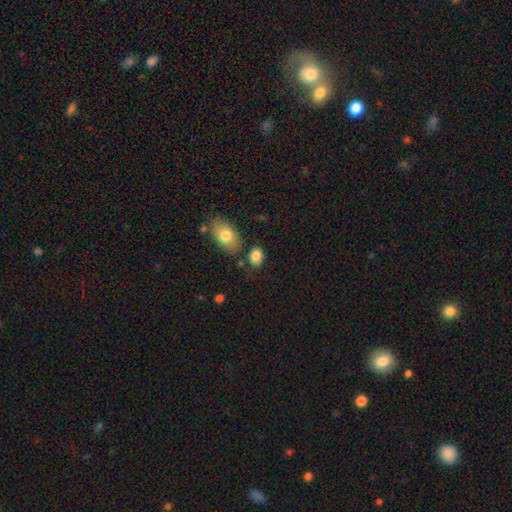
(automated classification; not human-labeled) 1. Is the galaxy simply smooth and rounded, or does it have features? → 84% smooth, 9% star or artifact, 7% featured or disk.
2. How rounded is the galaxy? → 73% in between, 25% round, 1% cigar-shaped.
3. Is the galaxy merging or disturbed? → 73% none, 15% minor disturbance, 8% merger, 4% major disturbance.